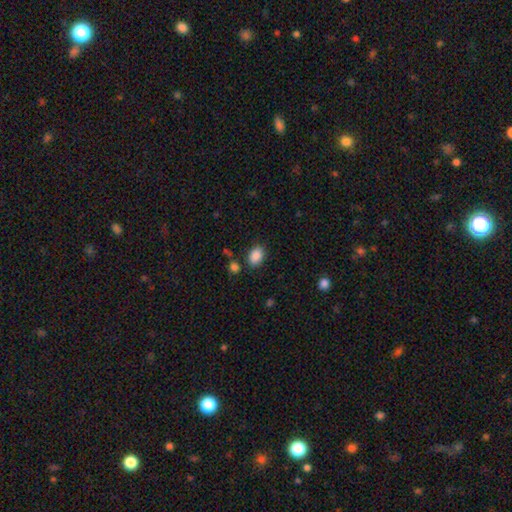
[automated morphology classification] Smooth or featured: smooth — 88% (star or artifact — 8%)
How rounded: in between — 82% (round — 17%)
Merging: none — 81% (minor disturbance — 11%)